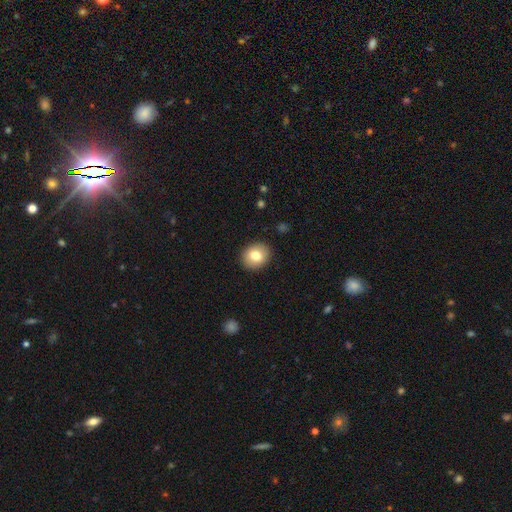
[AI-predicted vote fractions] Q: Smooth or featured?
A: smooth (79%); runner-up: featured or disk (12%)
Q: How rounded?
A: round (65%); runner-up: in between (34%)
Q: Merging?
A: none (90%); runner-up: minor disturbance (7%)